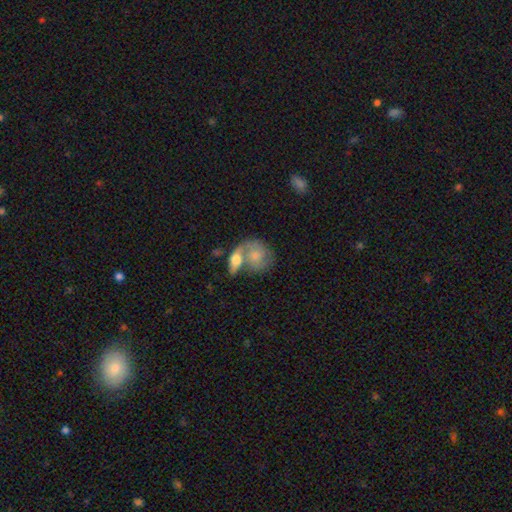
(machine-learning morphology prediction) Smooth or featured: smooth — 53% (featured or disk — 41%)
How rounded: round — 60% (in between — 37%)
Merging: merger — 52% (none — 26%)